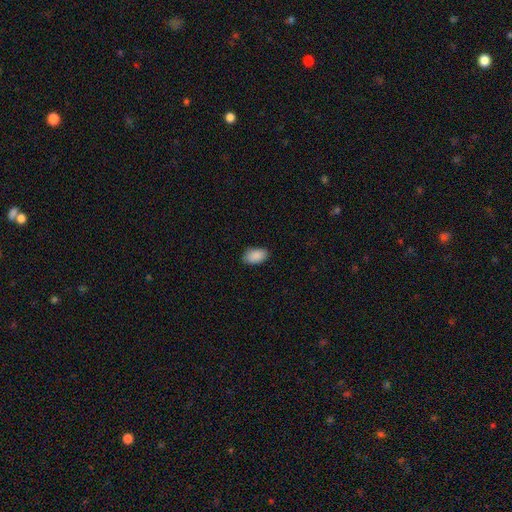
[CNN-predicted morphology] A smooth galaxy with no disk features (90%) that is in between round and cigar-shaped (94%).

Vote fractions:
- Smooth or featured? smooth: 90% / star or artifact: 7% / featured or disk: 3%
- How rounded? in between: 94% / round: 5% / cigar-shaped: 1%
- Merging? none: 87% / minor disturbance: 10% / major disturbance: 2% / merger: 1%